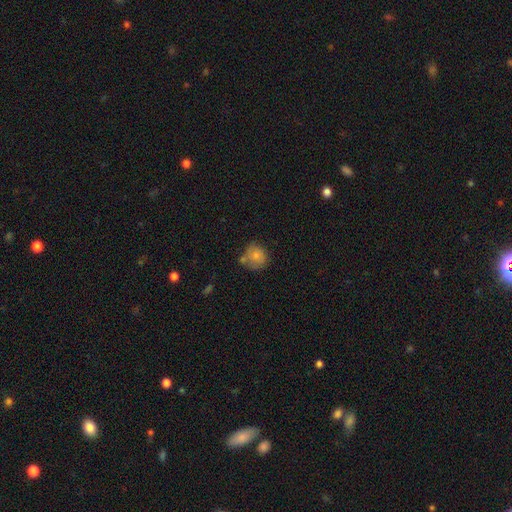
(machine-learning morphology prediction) This appears to be a smooth galaxy with no disk features (77%) that is round (81%). Merging: none (54%).